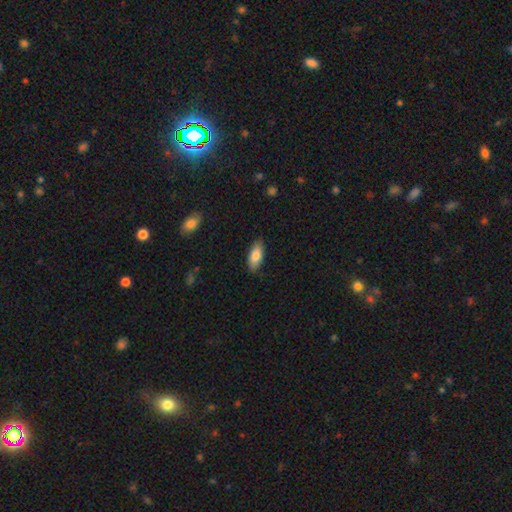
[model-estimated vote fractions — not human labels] Smooth or featured? smooth (82%)
How rounded? in between (85%)
Merging? none (85%)